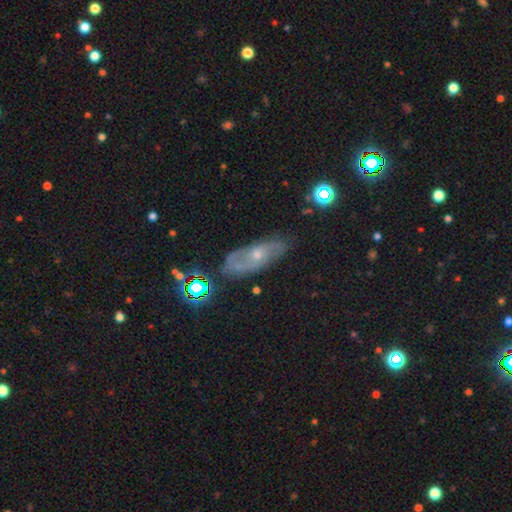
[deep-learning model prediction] Morphology: type=featured or disk (61%); edge-on=no (81%); merging=none (69%).